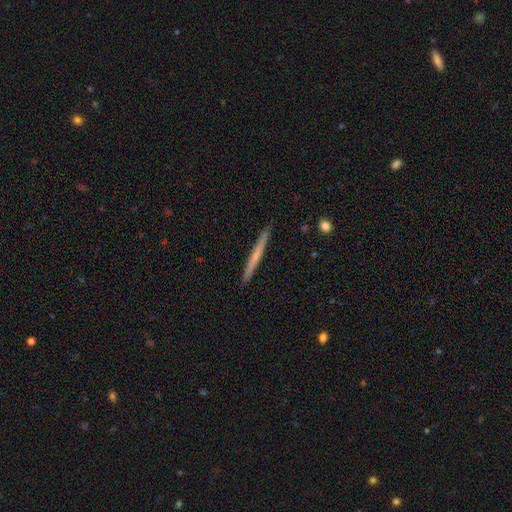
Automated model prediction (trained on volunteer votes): Smooth or featured?
  - smooth: 50% *
  - featured or disk: 45%
  - star or artifact: 5%
Merging?
  - none: 92% *
  - minor disturbance: 6%
  - major disturbance: 1%
  - merger: 1%